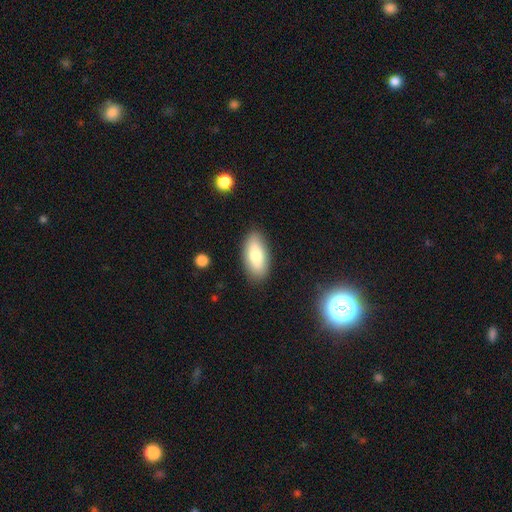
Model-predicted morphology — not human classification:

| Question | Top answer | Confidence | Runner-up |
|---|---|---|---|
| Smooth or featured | smooth | 75% | featured or disk (19%) |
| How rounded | in between | 89% | cigar-shaped (9%) |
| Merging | none | 86% | minor disturbance (10%) |